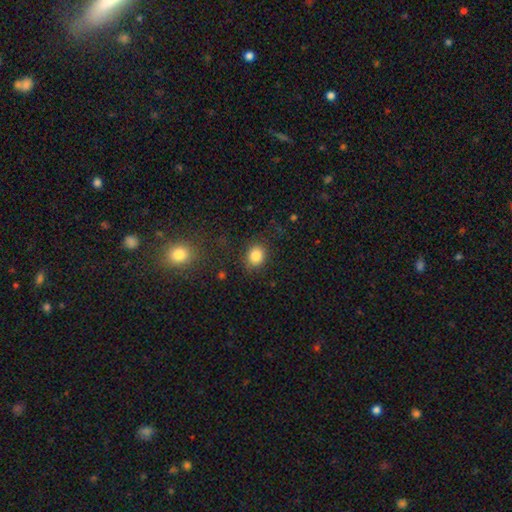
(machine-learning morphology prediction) Overall: smooth (85%). How rounded: round (66%; in between 33%). Merging: none (83%).